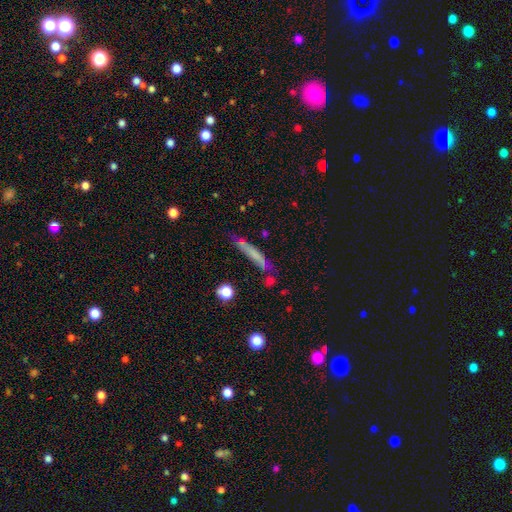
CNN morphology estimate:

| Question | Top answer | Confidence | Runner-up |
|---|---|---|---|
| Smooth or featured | smooth | 59% | featured or disk (30%) |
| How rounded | cigar-shaped | 92% | in between (5%) |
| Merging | none | 71% | minor disturbance (18%) |